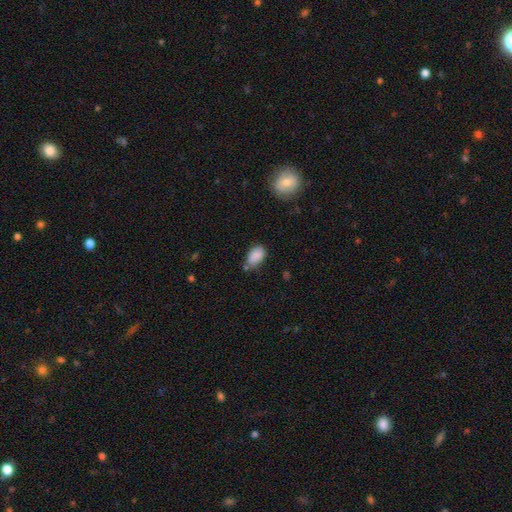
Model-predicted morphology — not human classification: This is clearly a smooth galaxy (87%). How rounded: clearly in between (89%). Merging: possibly none (59%).